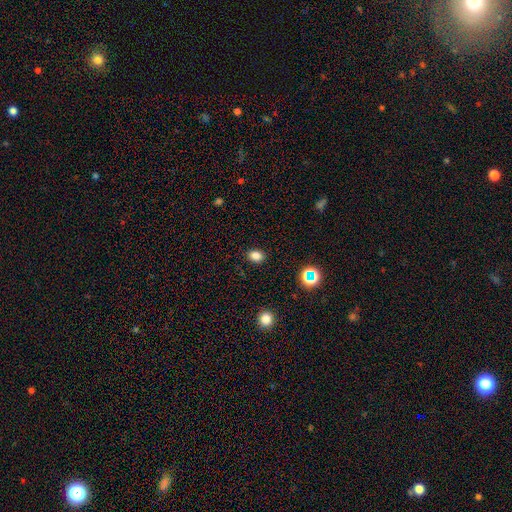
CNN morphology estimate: smooth-or-featured: smooth: 82% | star or artifact: 14% | featured or disk: 4%
  how-rounded: in between: 65% | round: 34% | cigar-shaped: 1%
  merging: none: 88% | minor disturbance: 8% | major disturbance: 2% | merger: 1%